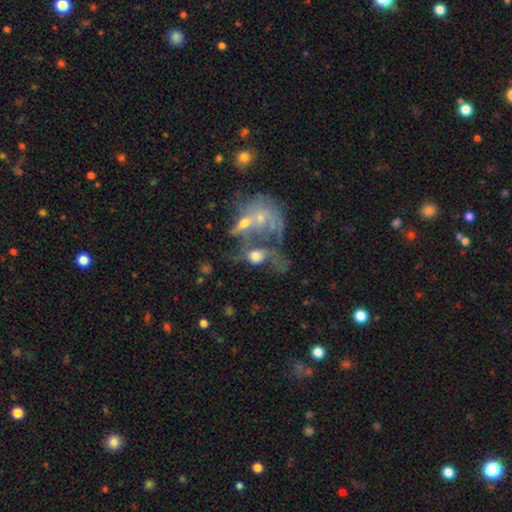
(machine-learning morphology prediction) Smooth or featured? featured or disk (50%)
Edge-on disk? no (94%)
Merging? merger (64%)